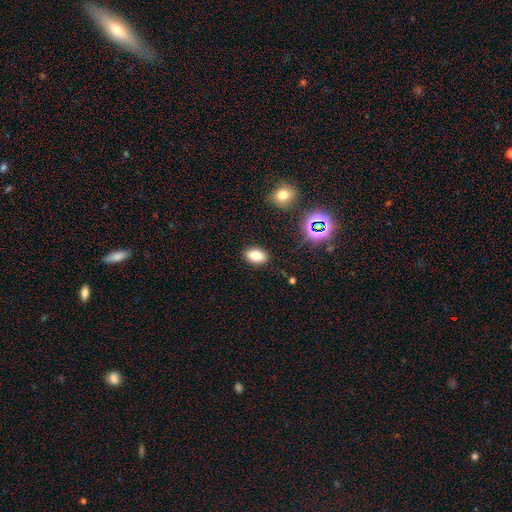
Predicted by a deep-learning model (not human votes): smooth-or-featured: smooth: 78% | star or artifact: 13% | featured or disk: 9%
  how-rounded: in between: 86% | round: 12% | cigar-shaped: 2%
  merging: none: 87% | minor disturbance: 9% | major disturbance: 3% | merger: 2%